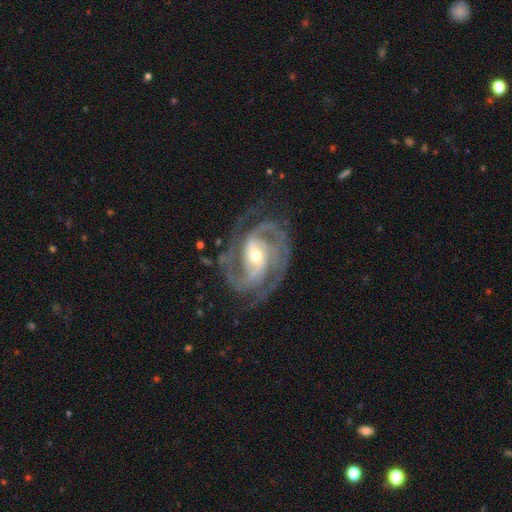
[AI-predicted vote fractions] Smooth or featured: featured or disk — 93% (star or artifact — 4%)
Edge-on disk: no — 98% (yes — 2%)
Bar: weak — 40% (no — 34%)
Spiral arms: yes — 98% (no — 2%)
Spiral winding: tight — 46% (medium — 45%)
Spiral arm count: 2 — 52% (3 — 26%)
Bulge size: moderate — 53% (small — 41%)
Merging: none — 74% (minor disturbance — 16%)